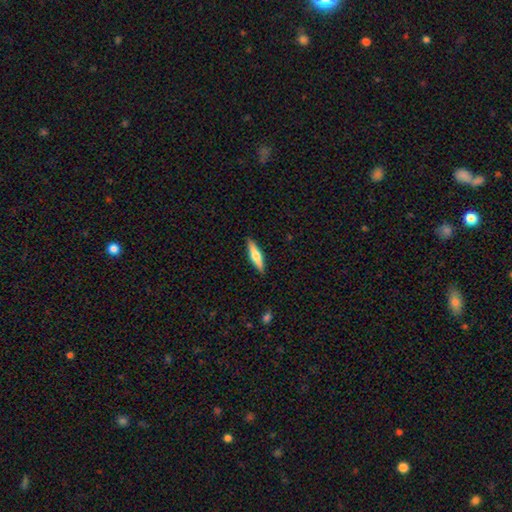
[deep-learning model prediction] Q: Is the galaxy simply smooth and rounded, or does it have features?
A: smooth — 53%.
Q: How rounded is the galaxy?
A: cigar-shaped — 78%.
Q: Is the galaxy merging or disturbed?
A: none — 90%.